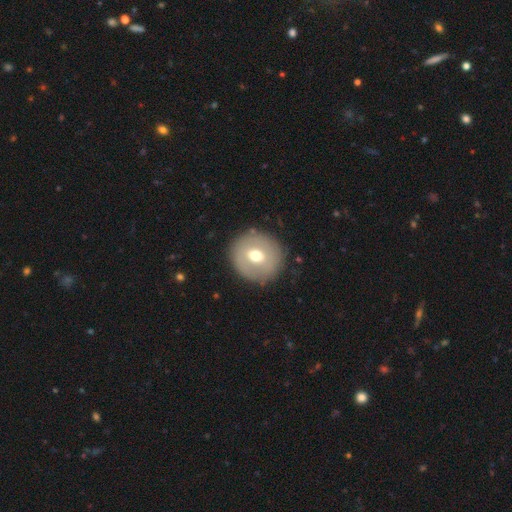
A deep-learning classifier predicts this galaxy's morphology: Overall: smooth (58%; featured or disk 34%). How rounded: round (90%). Merging: none (86%).